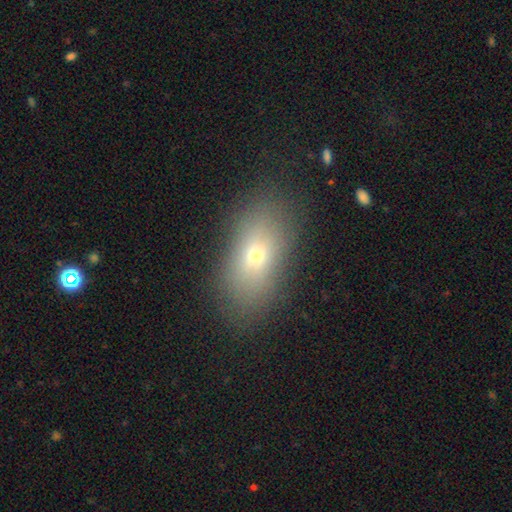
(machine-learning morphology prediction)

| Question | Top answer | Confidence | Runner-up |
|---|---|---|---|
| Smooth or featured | smooth | 65% | featured or disk (21%) |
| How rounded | in between | 82% | round (10%) |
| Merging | none | 83% | minor disturbance (11%) |